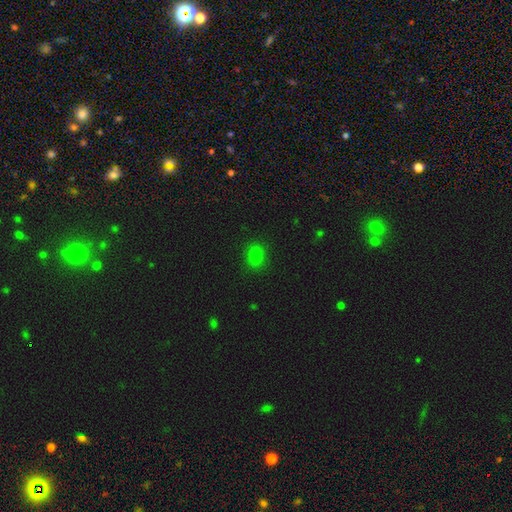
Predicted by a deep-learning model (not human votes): Morphology: type=smooth (78%); roundness=round (54%); merging=none (87%).